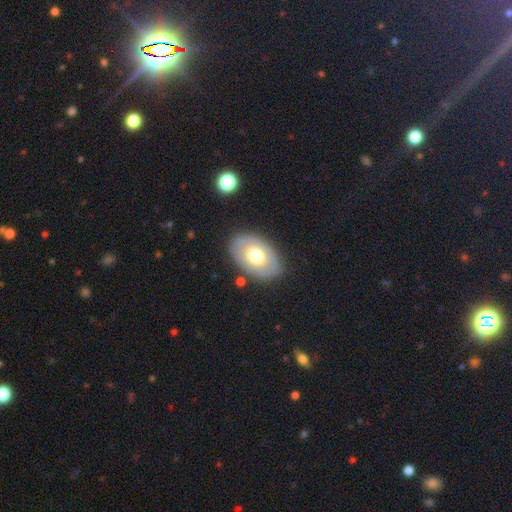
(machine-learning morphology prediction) Overall: smooth (56%; featured or disk 38%). How rounded: in between (87%). Merging: none (82%).